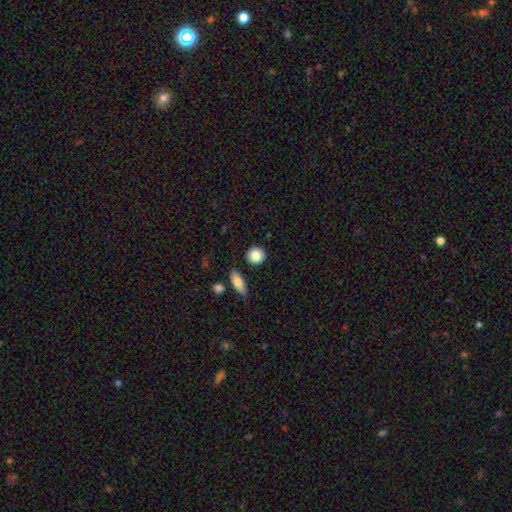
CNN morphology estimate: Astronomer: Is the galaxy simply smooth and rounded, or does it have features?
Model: smooth — 84%.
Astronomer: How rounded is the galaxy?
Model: round — 86%.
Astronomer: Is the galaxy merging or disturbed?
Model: none — 87%.